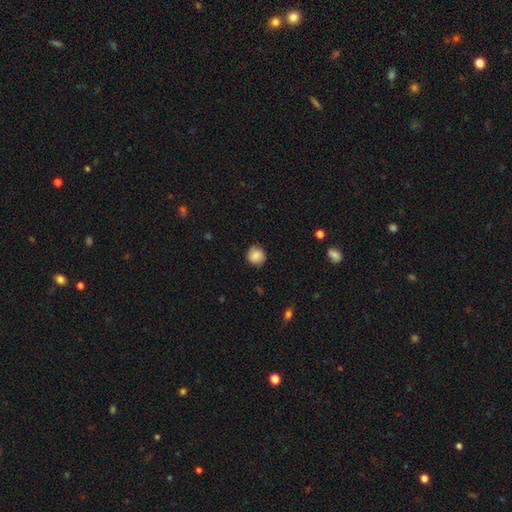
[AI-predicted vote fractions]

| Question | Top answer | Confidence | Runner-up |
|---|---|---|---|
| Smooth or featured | smooth | 82% | featured or disk (10%) |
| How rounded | round | 89% | in between (10%) |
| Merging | none | 83% | minor disturbance (13%) |